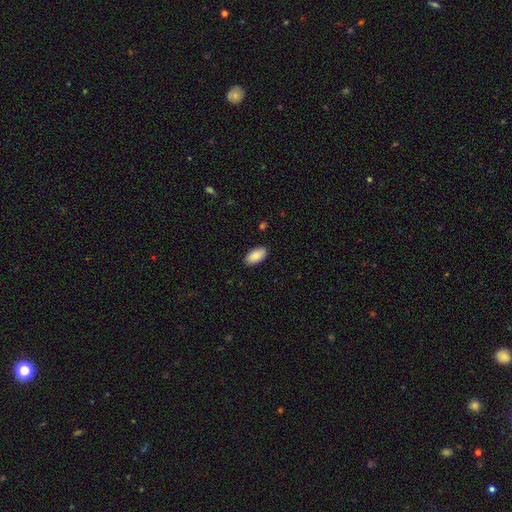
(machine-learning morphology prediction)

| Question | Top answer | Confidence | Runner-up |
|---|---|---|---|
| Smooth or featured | smooth | 88% | star or artifact (6%) |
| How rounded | in between | 94% | cigar-shaped (3%) |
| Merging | none | 89% | minor disturbance (8%) |